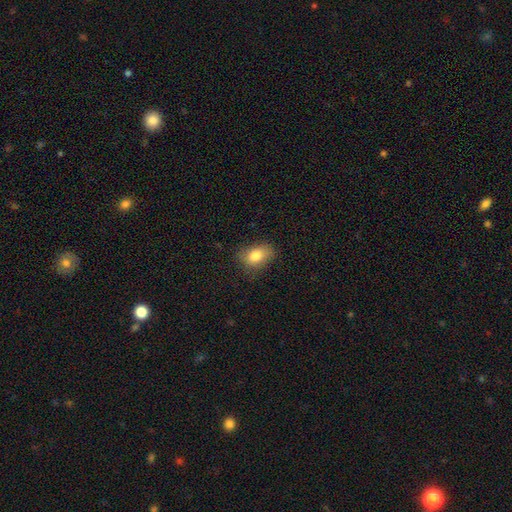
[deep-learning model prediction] Overall: smooth (81%). How rounded: in between (78%). Merging: none (75%).